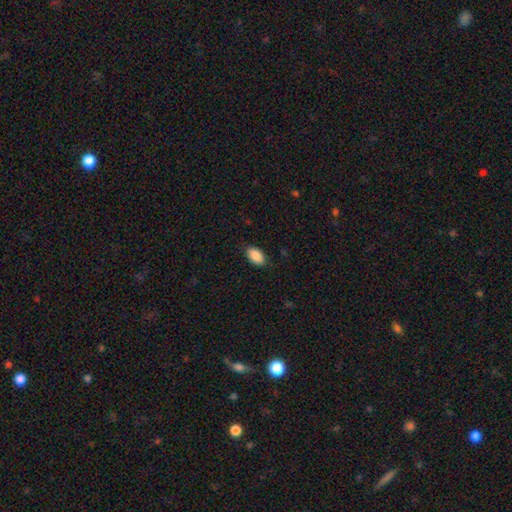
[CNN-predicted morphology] This appears to be a smooth galaxy with no disk features (89%) that is in between round and cigar-shaped (93%). Merging: none (86%).